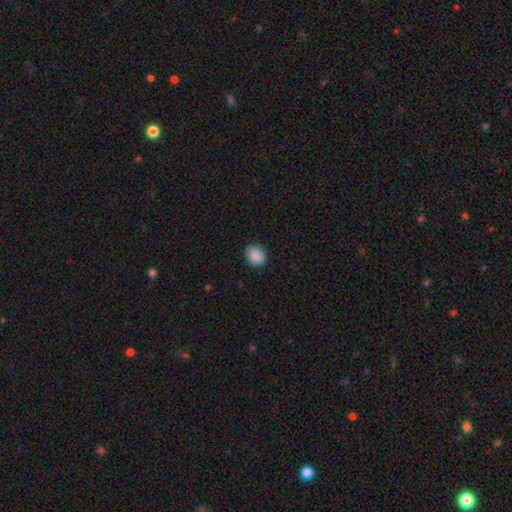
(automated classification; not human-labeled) The model was most divided on "how rounded": round: 57%, in between: 42%, cigar-shaped: 1%. More confident: smooth or featured — smooth (89%); merging — none (88%).